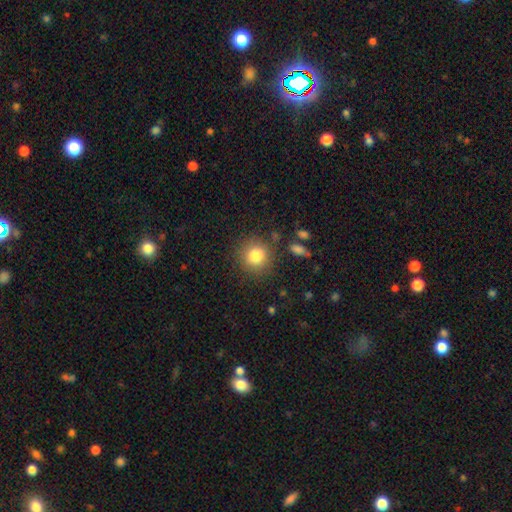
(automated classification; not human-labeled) A smooth galaxy with no disk features (82%) that is round (91%). Merging: none (85%).